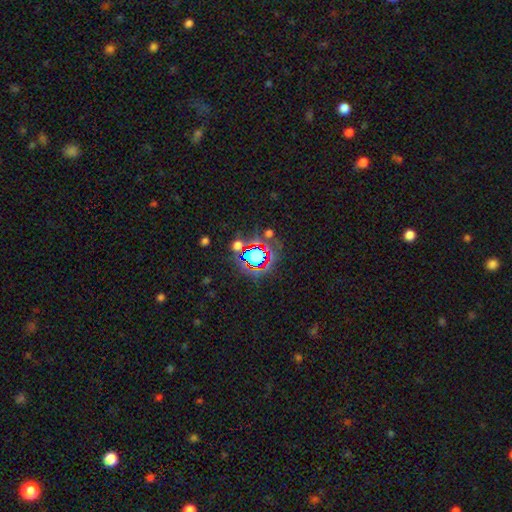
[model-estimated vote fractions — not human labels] Smooth or featured? star or artifact (61%)